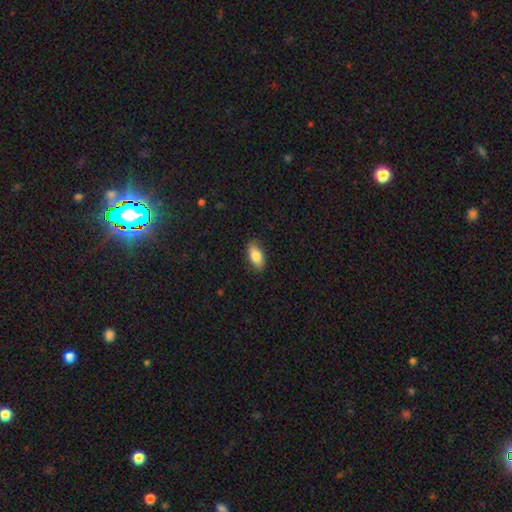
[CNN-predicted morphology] smooth-or-featured: smooth: 85% | featured or disk: 9% | star or artifact: 7%
  how-rounded: in between: 90% | cigar-shaped: 7% | round: 3%
  merging: none: 87% | minor disturbance: 10% | major disturbance: 2% | merger: 1%